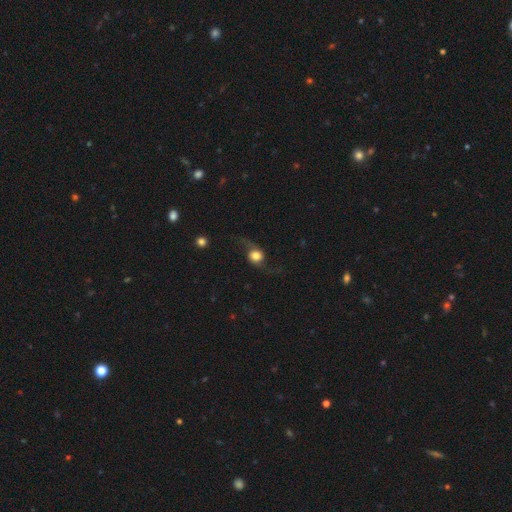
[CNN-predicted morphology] A featured or disk galaxy (61%) with no bar (72%), spiral arms (90%) and a large central bulge (42%). Merging: none (64%).